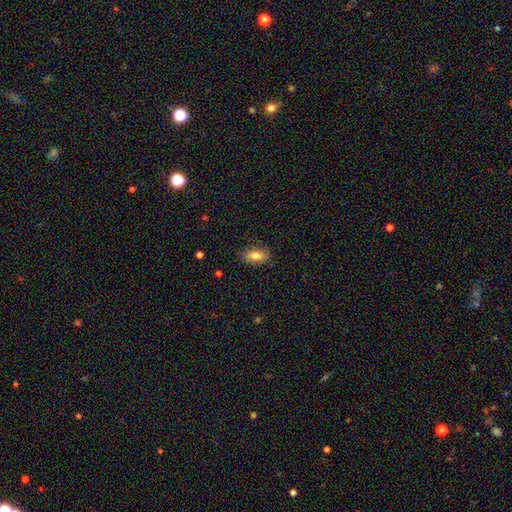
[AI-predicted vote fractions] Q: Smooth or featured?
A: smooth (78%); runner-up: featured or disk (14%)
Q: How rounded?
A: in between (83%); runner-up: cigar-shaped (11%)
Q: Merging?
A: none (86%); runner-up: minor disturbance (11%)